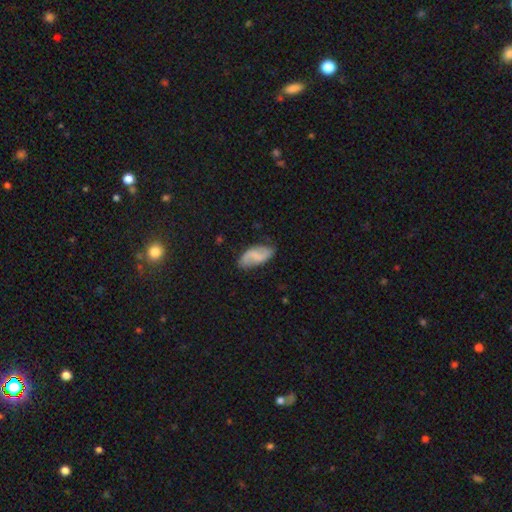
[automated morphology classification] A featured or disk galaxy (49%). Merging: none (70%).